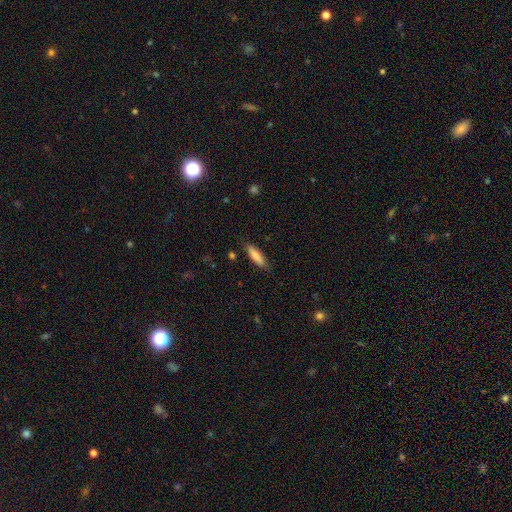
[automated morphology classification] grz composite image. It shows a smooth galaxy with no disk features (79%) that is cigar-shaped (61%). Merging: none (83%).